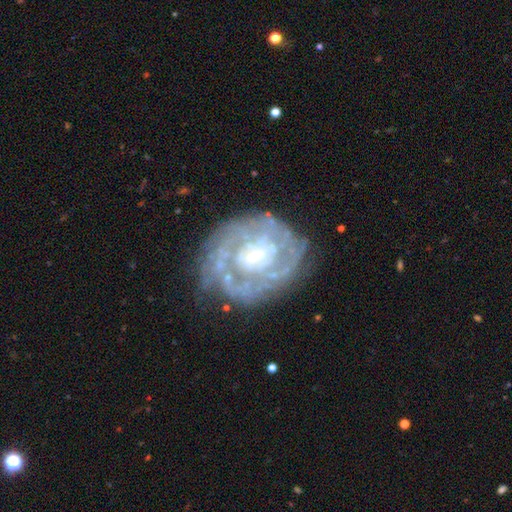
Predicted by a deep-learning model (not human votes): Overall: featured or disk (82%). Edge-on disk: no (97%). Bar: no (49%; weak 39%). Spiral arms: yes (78%). Spiral arm count: can't tell (49%; 2 23%). Spiral winding: tight (68%). Bulge size: small (64%; moderate 27%). Merging: none (66%).